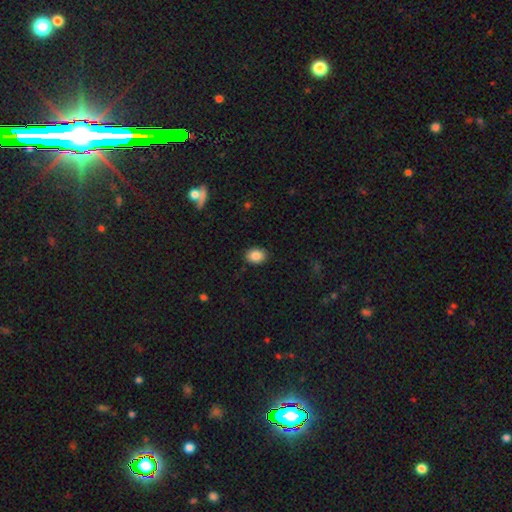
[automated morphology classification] smooth 86%, star or artifact 9%, featured or disk 6%. Down the decision tree: how rounded — in between (64%); merging — none (90%).